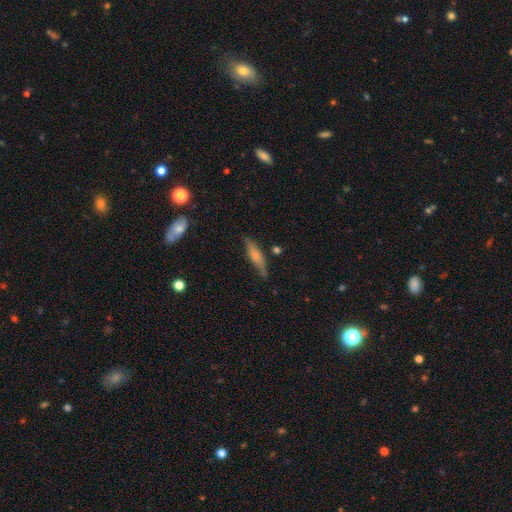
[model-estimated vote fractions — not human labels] This appears to be a smooth galaxy with no disk features (60%) that is cigar-shaped (75%). Merging: none (76%).